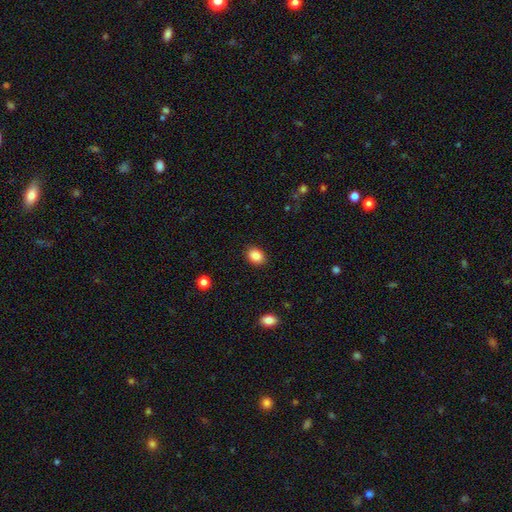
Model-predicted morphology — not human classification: Smooth or featured? smooth (88%)
How rounded? in between (63%)
Merging? none (88%)